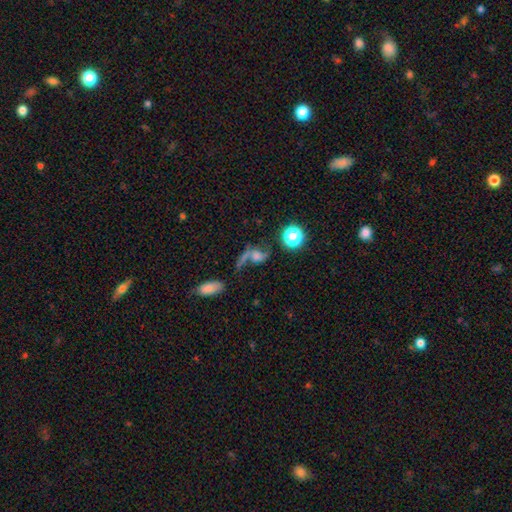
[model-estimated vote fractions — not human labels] Smooth or featured? Predicted: featured or disk (p=0.54). Edge-on disk? Predicted: no (p=0.93). Bar? Predicted: no (p=0.66). Spiral arms? Predicted: yes (p=0.83). Bulge size? Predicted: moderate (p=0.30). Merging? Predicted: none (p=0.41).